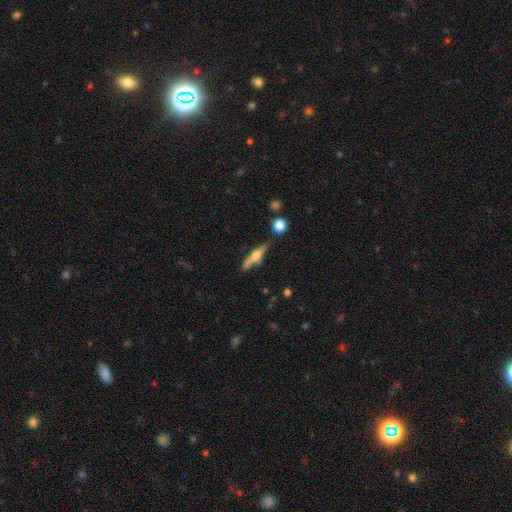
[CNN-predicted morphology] Overall: featured or disk (58%; smooth 35%). Edge-on disk: yes (94%). Edge-on bulge: rounded (87%). Merging: none (70%).